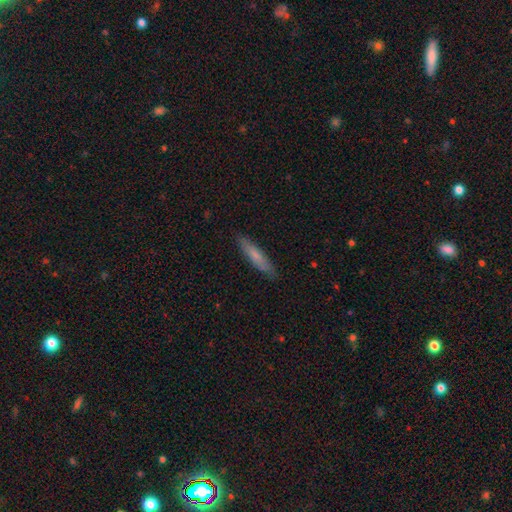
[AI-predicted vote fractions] Q: Smooth or featured?
A: smooth (71%); runner-up: featured or disk (23%)
Q: How rounded?
A: cigar-shaped (86%); runner-up: in between (12%)
Q: Merging?
A: none (88%); runner-up: minor disturbance (10%)